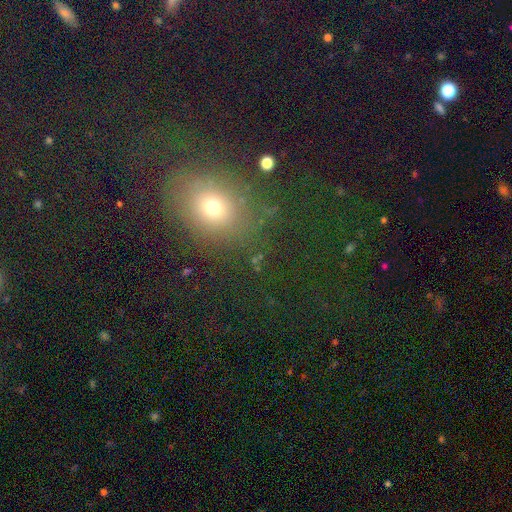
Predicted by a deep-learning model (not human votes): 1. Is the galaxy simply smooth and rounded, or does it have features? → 56% smooth, 29% star or artifact, 15% featured or disk.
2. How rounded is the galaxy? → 51% round, 47% in between, 2% cigar-shaped.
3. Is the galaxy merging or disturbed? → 75% none, 12% minor disturbance, 10% major disturbance, 3% merger.